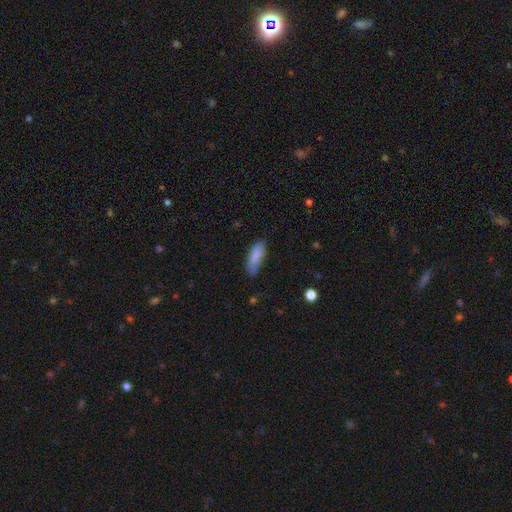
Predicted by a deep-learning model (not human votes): smooth_or_featured: smooth (p=0.85) [alt: featured or disk p=0.08]
how_rounded: in between (p=0.70) [alt: cigar-shaped p=0.28]
merging: none (p=0.72) [alt: minor disturbance p=0.22]